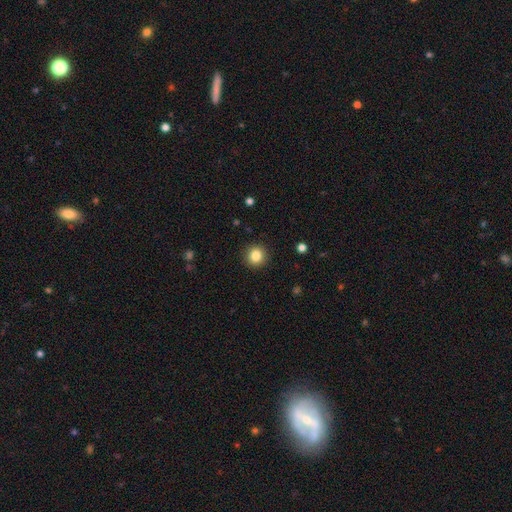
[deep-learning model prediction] smooth 84%, star or artifact 11%, featured or disk 5%. Down the decision tree: how rounded — round (93%); merging — none (92%).